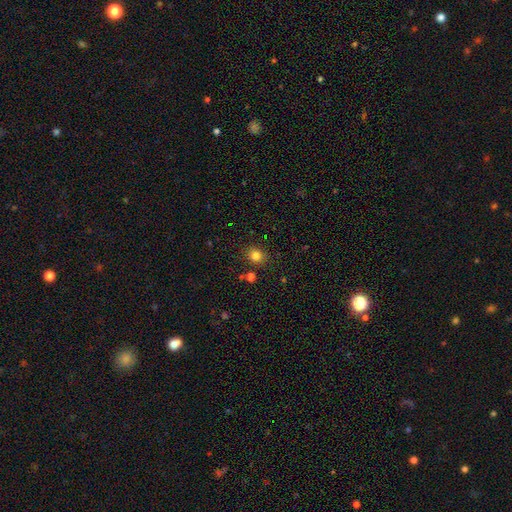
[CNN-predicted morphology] Smooth or featured? smooth (80%)
How rounded? round (72%)
Merging? none (86%)